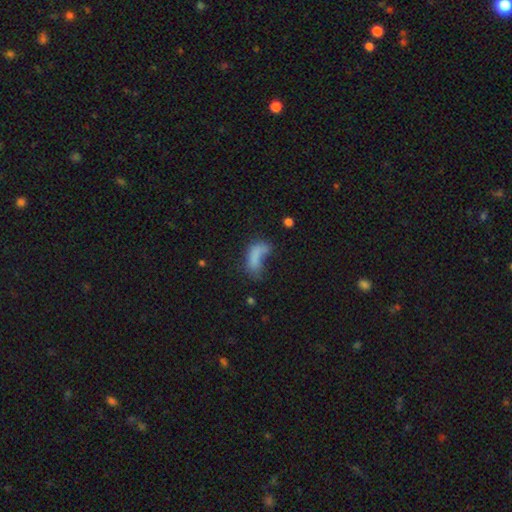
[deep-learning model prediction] A smooth galaxy with no disk features (67%) that is in between round and cigar-shaped (80%).

Vote fractions:
- Smooth or featured? smooth: 67% / featured or disk: 20% / star or artifact: 12%
- How rounded? in between: 80% / cigar-shaped: 14% / round: 6%
- Merging? major disturbance: 45% / none: 24% / minor disturbance: 18% / merger: 13%